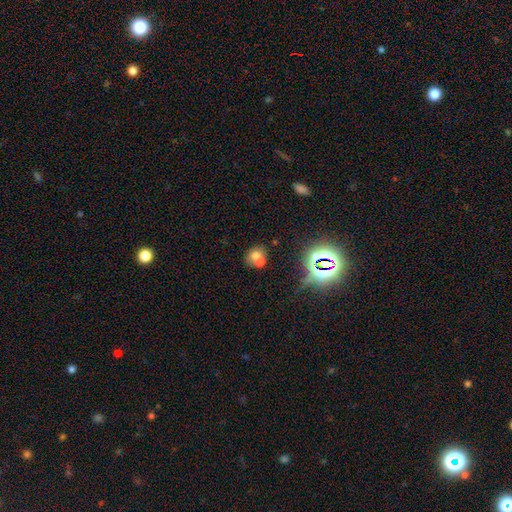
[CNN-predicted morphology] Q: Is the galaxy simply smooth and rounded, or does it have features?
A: smooth — 62%.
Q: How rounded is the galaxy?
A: round — 65%.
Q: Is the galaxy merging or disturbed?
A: merger — 48%.